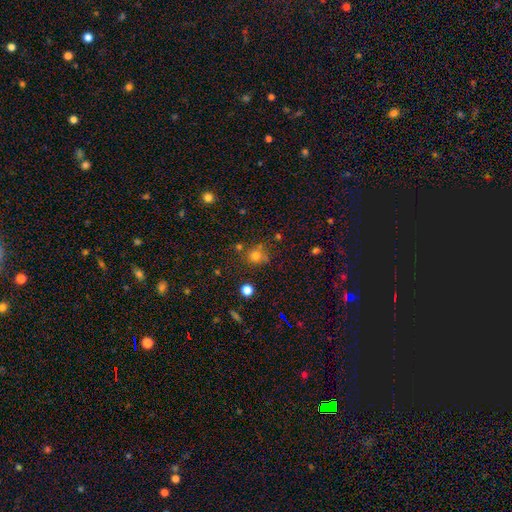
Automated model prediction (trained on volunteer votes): smooth-or-featured: smooth: 72% | star or artifact: 19% | featured or disk: 9%
  how-rounded: round: 86% | in between: 13% | cigar-shaped: 1%
  merging: none: 67% | merger: 15% | minor disturbance: 13% | major disturbance: 5%